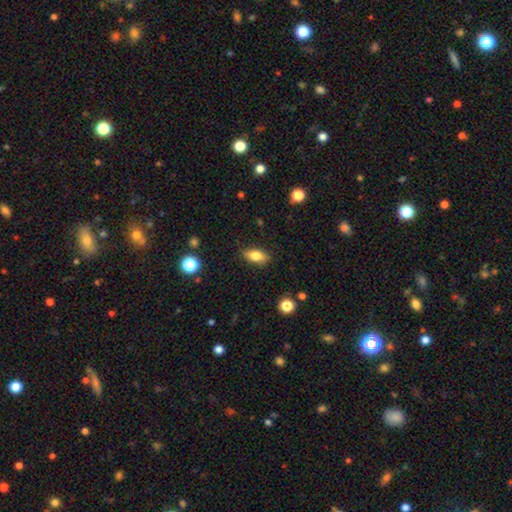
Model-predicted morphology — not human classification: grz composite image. It shows a smooth galaxy with no disk features (76%) that is in between round and cigar-shaped (81%). Merging: none (85%).